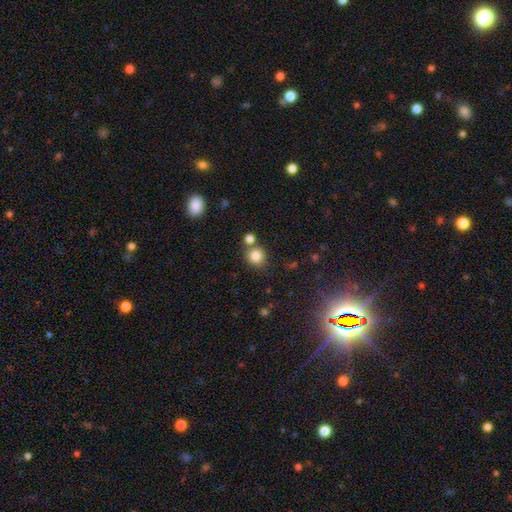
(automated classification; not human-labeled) smooth_or_featured: smooth (p=0.83) [alt: star or artifact p=0.11]
how_rounded: round (p=0.82) [alt: in between p=0.17]
merging: none (p=0.65) [alt: merger p=0.21]